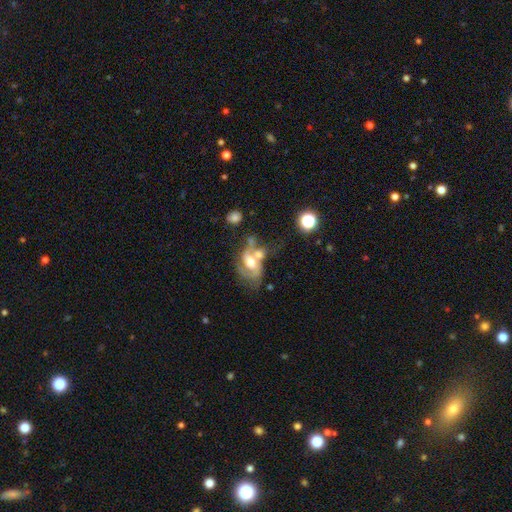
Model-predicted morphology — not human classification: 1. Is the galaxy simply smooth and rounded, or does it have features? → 72% featured or disk, 19% smooth, 9% star or artifact.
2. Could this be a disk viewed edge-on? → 96% no, 4% yes.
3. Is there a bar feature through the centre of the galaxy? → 49% no, 37% weak, 14% strong.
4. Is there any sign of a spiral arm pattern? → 84% yes, 16% no.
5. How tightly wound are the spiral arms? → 47% medium, 32% loose, 21% tight.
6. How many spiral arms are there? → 71% 2, 13% can't tell, 10% 1, 4% 3, 1% 4, 1% more than 4.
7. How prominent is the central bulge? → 64% moderate, 17% small, 15% large, 3% none, 2% dominant.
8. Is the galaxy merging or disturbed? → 47% merger, 23% none, 18% major disturbance, 13% minor disturbance.